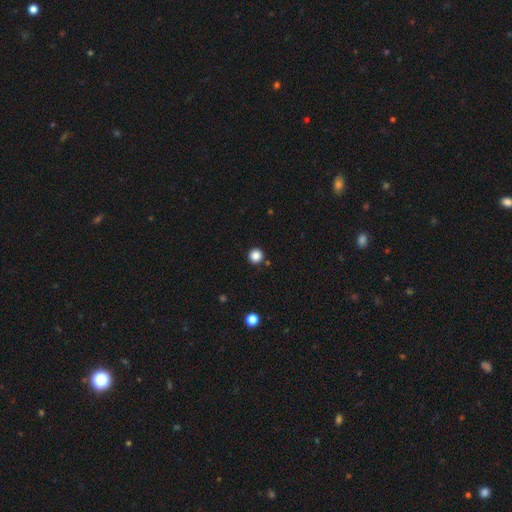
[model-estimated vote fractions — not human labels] This appears to be a smooth galaxy with no disk features (86%) that is round (96%). Merging: none (90%).